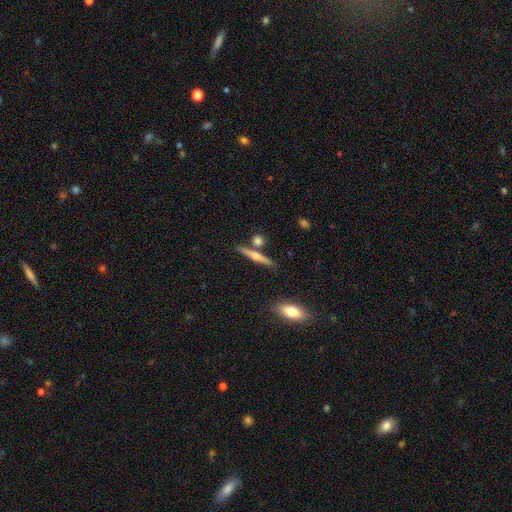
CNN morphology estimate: Smooth or featured? featured or disk (52%)
Edge-on disk? yes (96%)
Merging? none (79%)